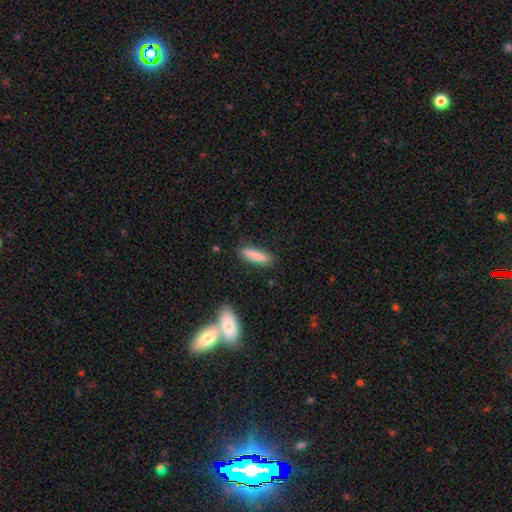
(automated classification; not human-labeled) Morphology: type=smooth (84%); roundness=cigar-shaped (66%); merging=none (83%).